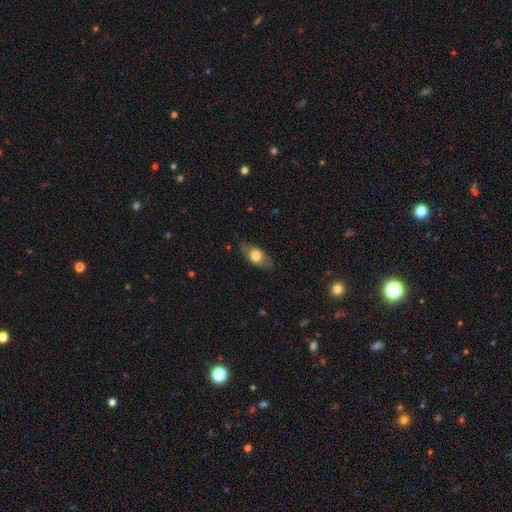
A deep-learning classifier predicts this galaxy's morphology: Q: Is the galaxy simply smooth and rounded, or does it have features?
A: smooth — 66%.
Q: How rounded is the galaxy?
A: in between — 81%.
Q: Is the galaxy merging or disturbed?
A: none — 78%.